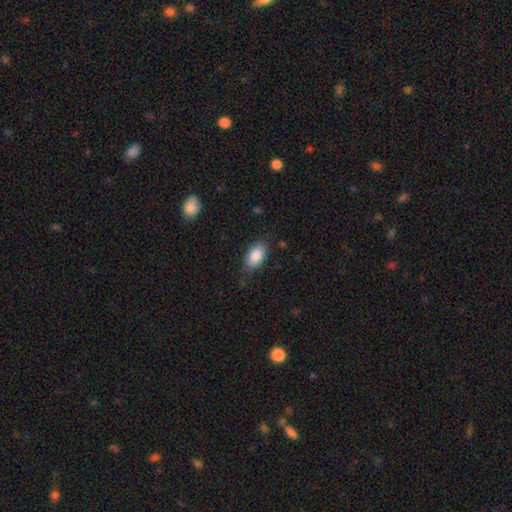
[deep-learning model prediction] This is clearly a smooth galaxy (86%). How rounded: clearly in between (92%). Merging: likely none (75%).